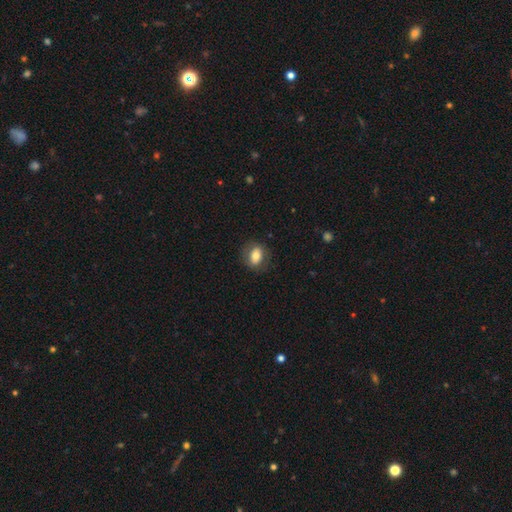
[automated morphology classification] type=smooth (74%); roundness=in between (70%); merging=none (80%).